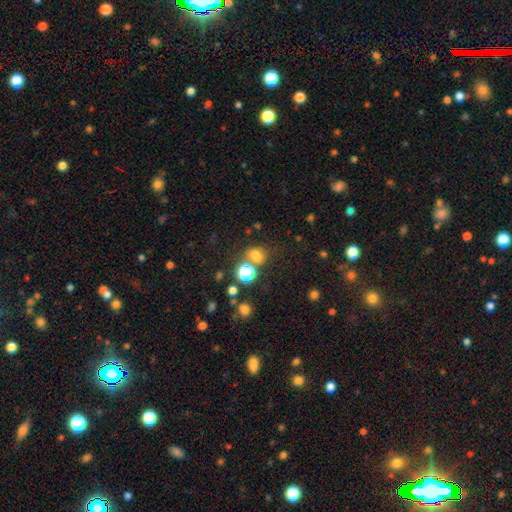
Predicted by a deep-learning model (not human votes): Smooth or featured? Predicted: smooth (p=0.68). How rounded? Predicted: round (p=0.52). Merging? Predicted: none (p=0.61).